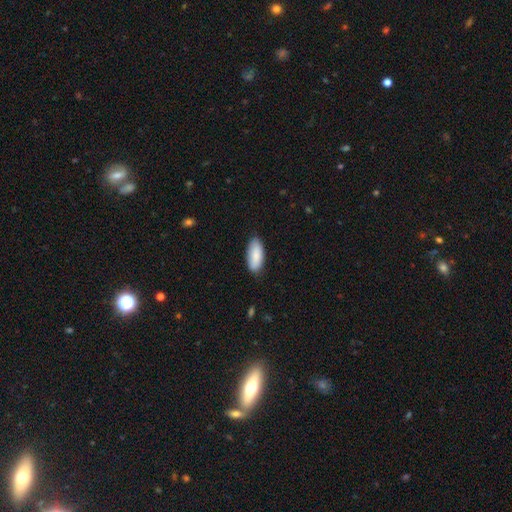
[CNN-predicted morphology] smooth 87%, featured or disk 7%, star or artifact 6%. Down the decision tree: how rounded — in between (87%); merging — none (83%).